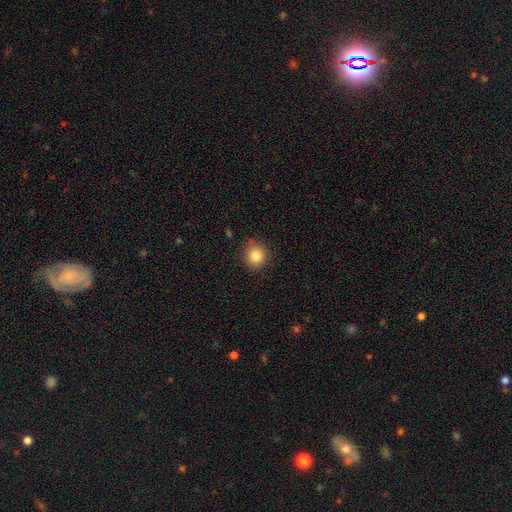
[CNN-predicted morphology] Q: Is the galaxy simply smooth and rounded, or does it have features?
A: smooth — 83%.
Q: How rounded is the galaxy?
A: round — 88%.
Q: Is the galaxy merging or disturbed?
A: none — 86%.